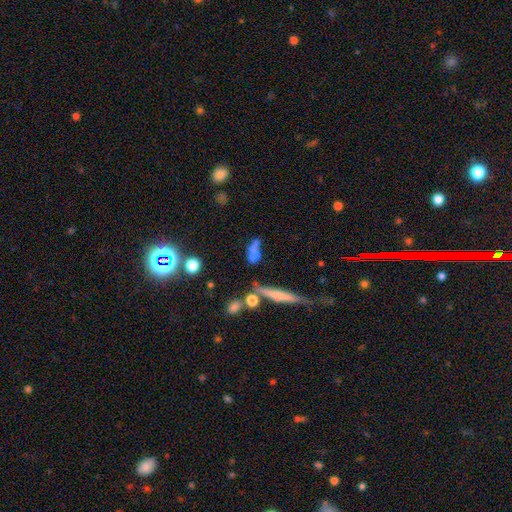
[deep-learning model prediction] Overall: smooth (53%; featured or disk 32%). How rounded: in between (46%; cigar-shaped 39%). Merging: none (36%; merger 35%).